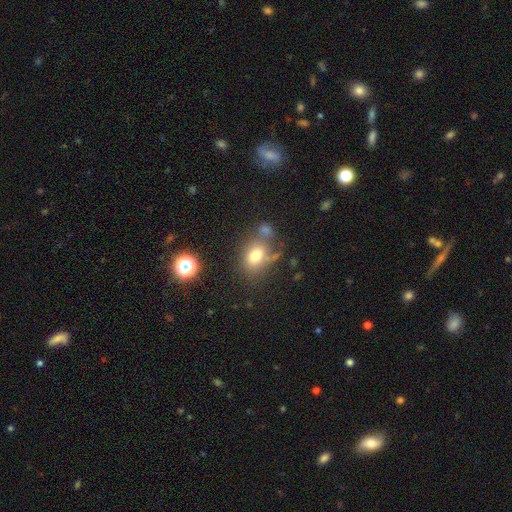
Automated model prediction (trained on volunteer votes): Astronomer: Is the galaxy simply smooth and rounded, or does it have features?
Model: smooth — 74%.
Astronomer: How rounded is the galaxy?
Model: in between — 67%.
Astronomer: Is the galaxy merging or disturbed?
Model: none — 55%.